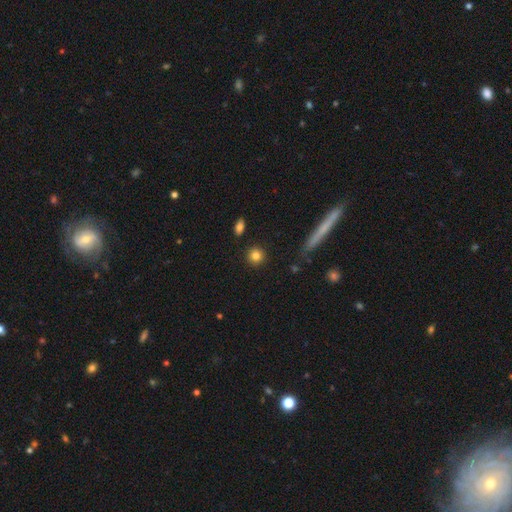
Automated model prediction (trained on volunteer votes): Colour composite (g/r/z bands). It shows a smooth galaxy with no disk features (84%) that is round (91%). Merging: none (90%).